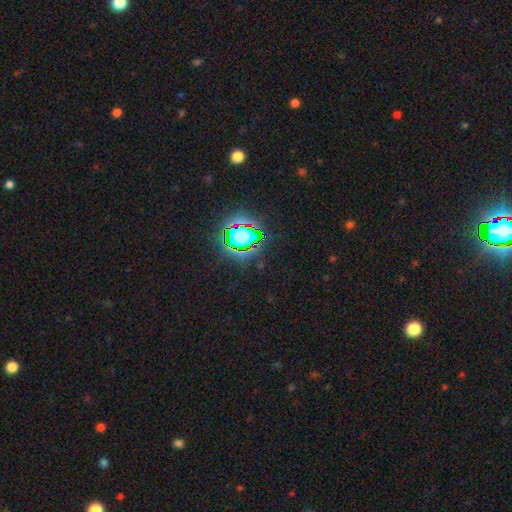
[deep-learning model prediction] Smooth or featured? Predicted: star or artifact (p=0.81).